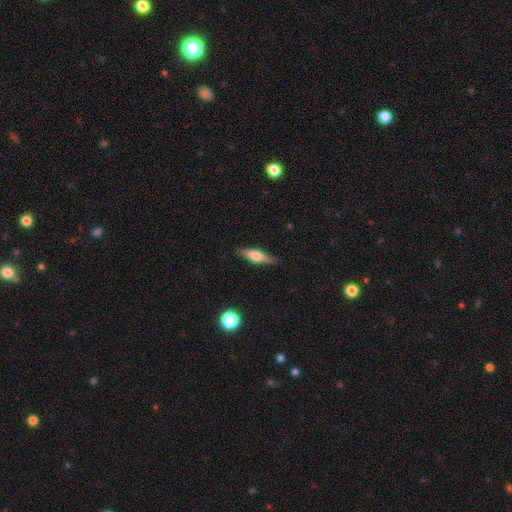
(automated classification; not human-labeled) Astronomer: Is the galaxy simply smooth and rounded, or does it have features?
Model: smooth — 52% (runner-up: featured or disk, 41%).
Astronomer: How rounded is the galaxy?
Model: cigar-shaped — 55% (runner-up: in between, 41%).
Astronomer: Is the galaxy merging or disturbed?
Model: none — 85%.